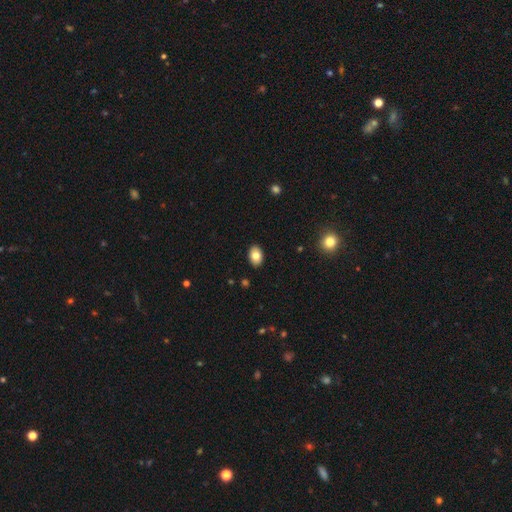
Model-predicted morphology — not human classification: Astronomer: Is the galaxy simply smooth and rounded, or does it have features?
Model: smooth — 80%.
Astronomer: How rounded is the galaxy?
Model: in between — 85%.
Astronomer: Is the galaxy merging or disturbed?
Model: none — 89%.